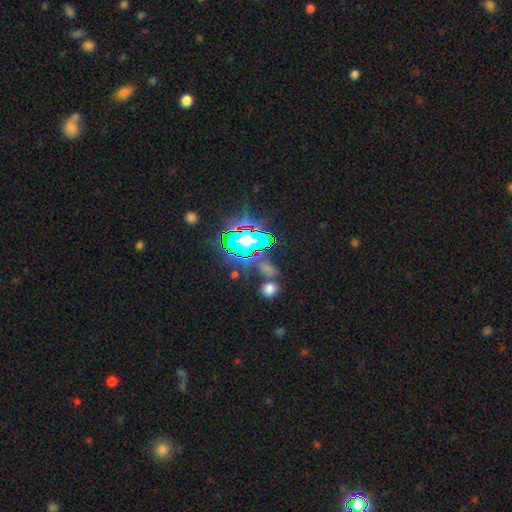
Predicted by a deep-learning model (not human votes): star or artifact 81%, smooth 11%, featured or disk 7%.